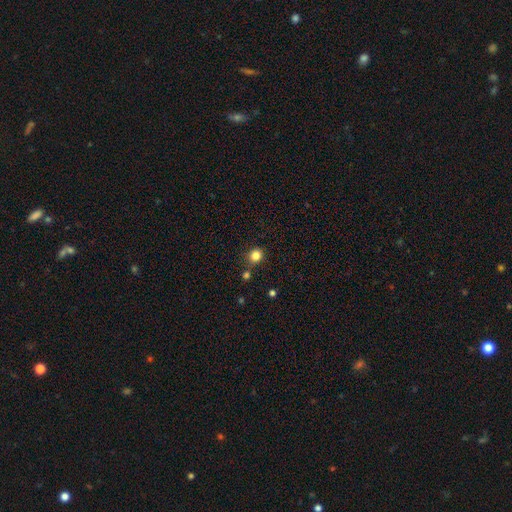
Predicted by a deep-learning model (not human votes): A smooth galaxy with no disk features (83%) that is round (83%).

Vote fractions:
- Smooth or featured? smooth: 83% / star or artifact: 12% / featured or disk: 4%
- How rounded? round: 83% / in between: 16% / cigar-shaped: 1%
- Merging? none: 81% / minor disturbance: 10% / merger: 7% / major disturbance: 3%